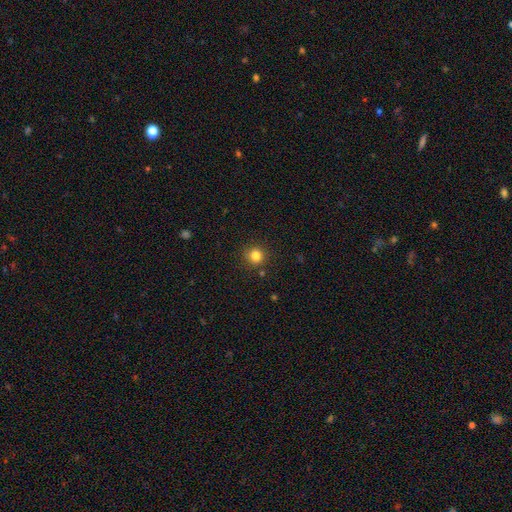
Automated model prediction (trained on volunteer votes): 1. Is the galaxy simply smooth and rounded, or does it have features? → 83% smooth, 12% star or artifact, 5% featured or disk.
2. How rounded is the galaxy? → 90% round, 9% in between, 1% cigar-shaped.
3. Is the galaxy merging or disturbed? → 87% none, 8% minor disturbance, 2% merger, 2% major disturbance.